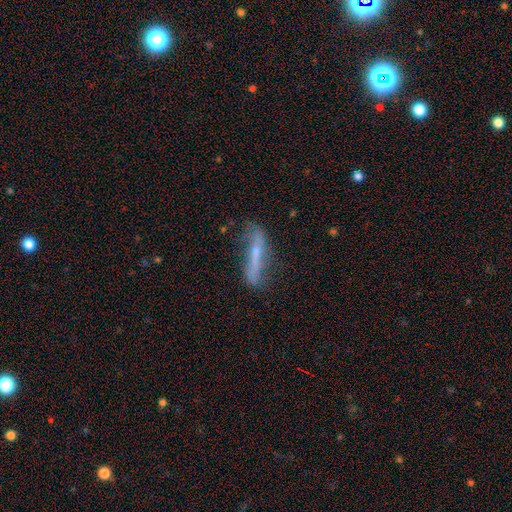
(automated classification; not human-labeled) smooth_or_featured: featured or disk (p=0.58) [alt: smooth p=0.35]
disk_edge_on: yes (p=0.58) [alt: no p=0.42]
merging: none (p=0.57) [alt: minor disturbance p=0.28]